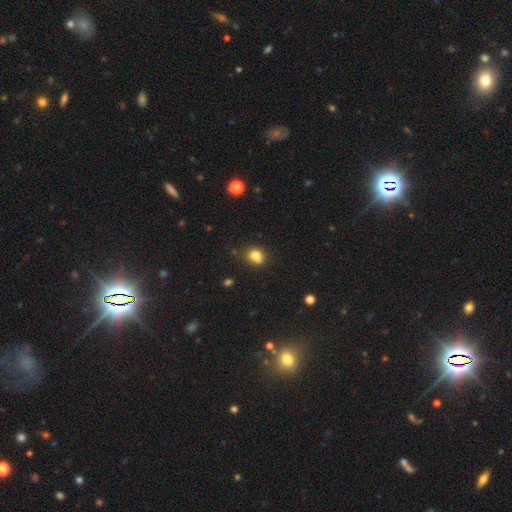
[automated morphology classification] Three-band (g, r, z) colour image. It shows a smooth galaxy with no disk features (78%) that is round (64%). Merging: none (62%).